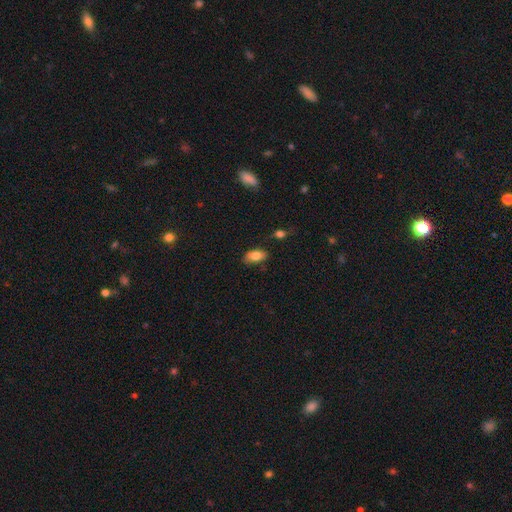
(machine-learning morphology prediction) This is clearly a smooth galaxy (81%). How rounded: clearly in between (91%). Merging: likely none (72%).